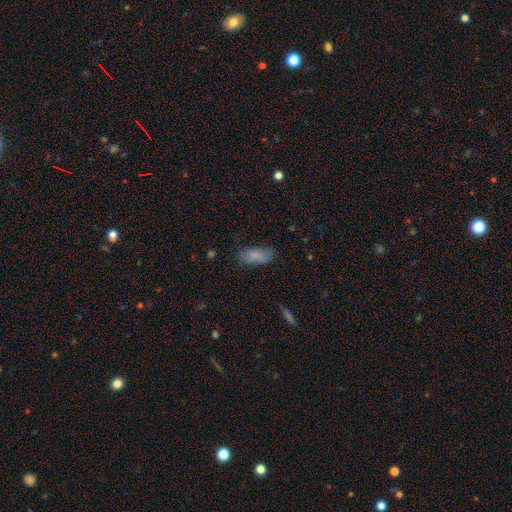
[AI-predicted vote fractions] Smooth or featured: smooth — 80% (featured or disk — 12%)
How rounded: in between — 84% (cigar-shaped — 14%)
Merging: none — 68% (minor disturbance — 23%)